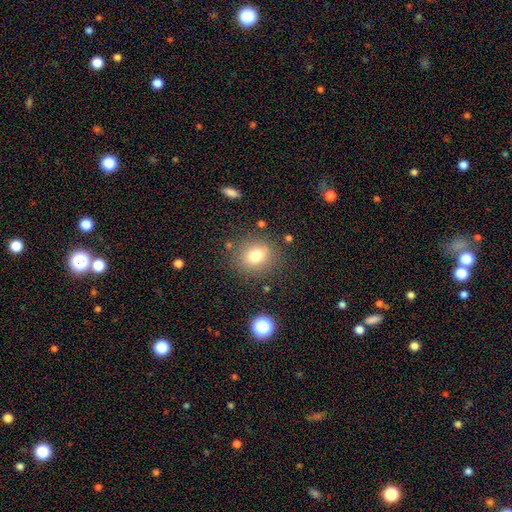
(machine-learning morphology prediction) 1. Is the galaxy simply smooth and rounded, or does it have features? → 76% smooth, 13% star or artifact, 11% featured or disk.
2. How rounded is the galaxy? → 69% round, 30% in between, 1% cigar-shaped.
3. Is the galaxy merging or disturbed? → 81% none, 11% minor disturbance, 4% major disturbance, 3% merger.